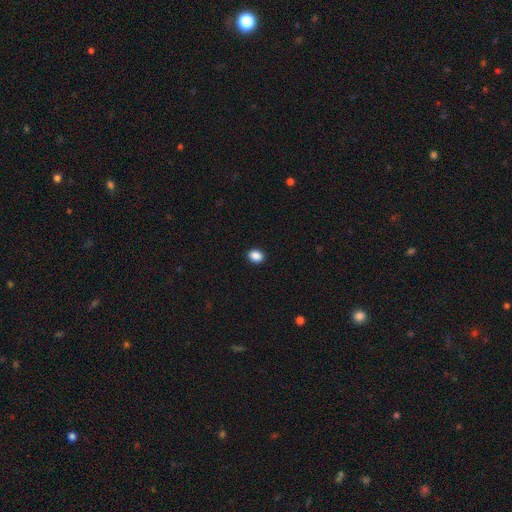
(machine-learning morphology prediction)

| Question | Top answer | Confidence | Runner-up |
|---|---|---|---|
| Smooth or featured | smooth | 89% | star or artifact (9%) |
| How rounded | in between | 53% | round (46%) |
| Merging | none | 91% | minor disturbance (6%) |